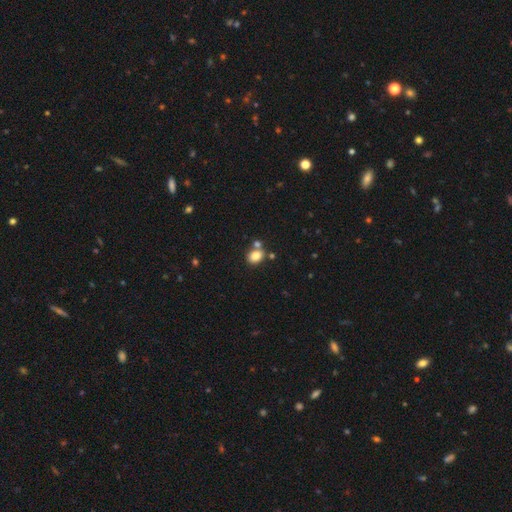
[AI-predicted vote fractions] Overall: smooth (83%). How rounded: in between (64%; round 35%). Merging: none (62%; merger 23%).